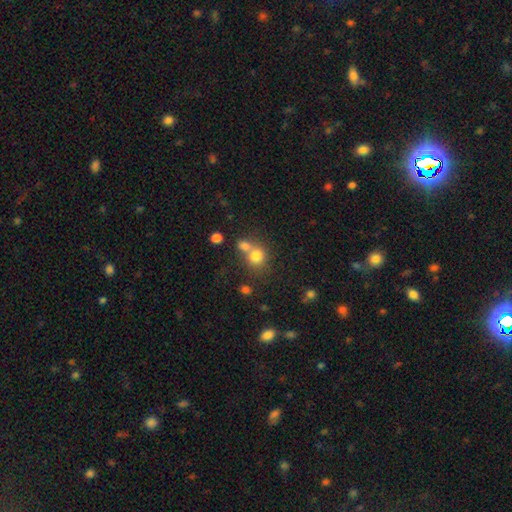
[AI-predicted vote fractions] Smooth or featured: smooth — 78% (star or artifact — 13%)
How rounded: round — 79% (in between — 20%)
Merging: merger — 44% (none — 43%)